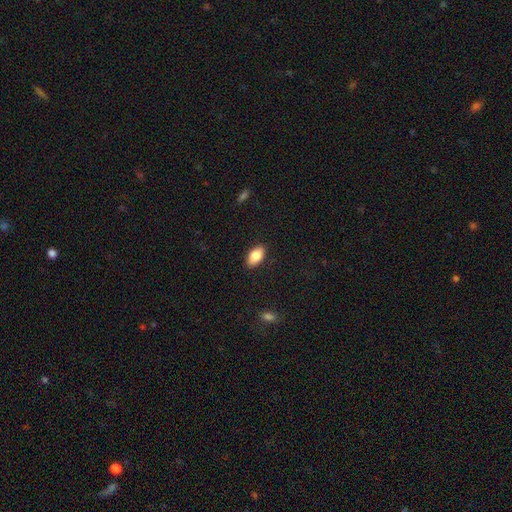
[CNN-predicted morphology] This is clearly a smooth galaxy (83%). How rounded: clearly in between (92%). Merging: clearly none (87%).